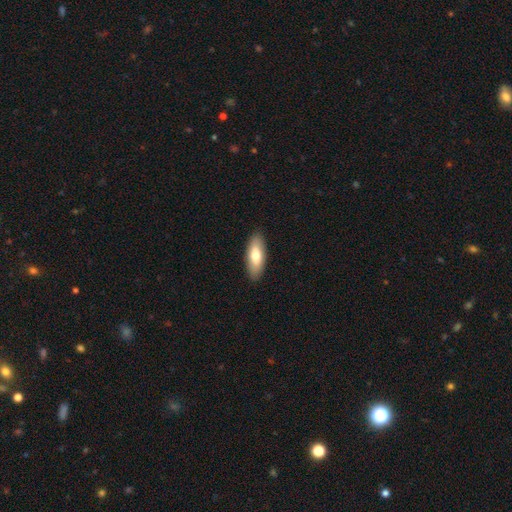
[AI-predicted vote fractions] smooth_or_featured: smooth (p=0.71) [alt: featured or disk p=0.23]
how_rounded: in between (p=0.72) [alt: cigar-shaped p=0.26]
merging: none (p=0.89) [alt: minor disturbance p=0.08]